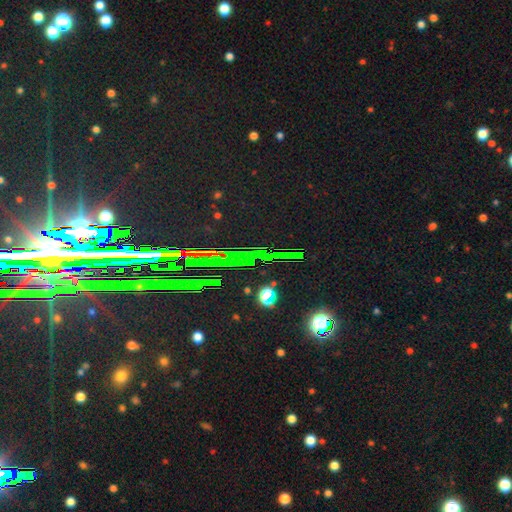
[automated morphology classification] star or artifact 84%, featured or disk 10%, smooth 7%.